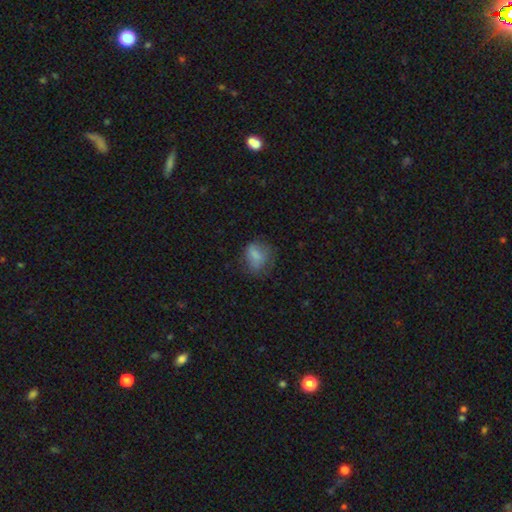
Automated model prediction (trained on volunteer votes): Smooth or featured: smooth — 74% (featured or disk — 16%)
How rounded: in between — 57% (round — 41%)
Merging: none — 53% (minor disturbance — 28%)